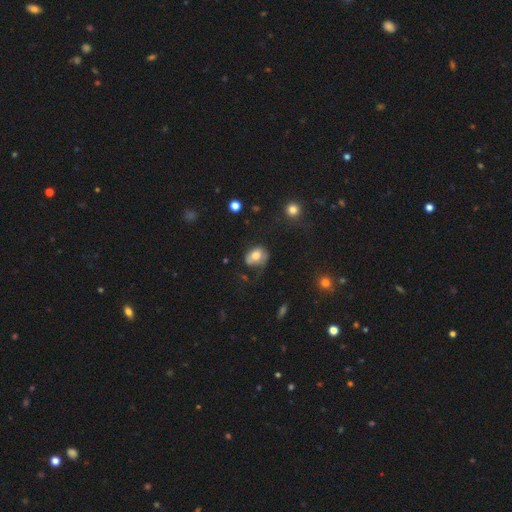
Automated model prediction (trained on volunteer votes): Q: Smooth or featured?
A: smooth (66%); runner-up: featured or disk (26%)
Q: How rounded?
A: in between (57%); runner-up: round (42%)
Q: Merging?
A: none (40%); runner-up: minor disturbance (29%)